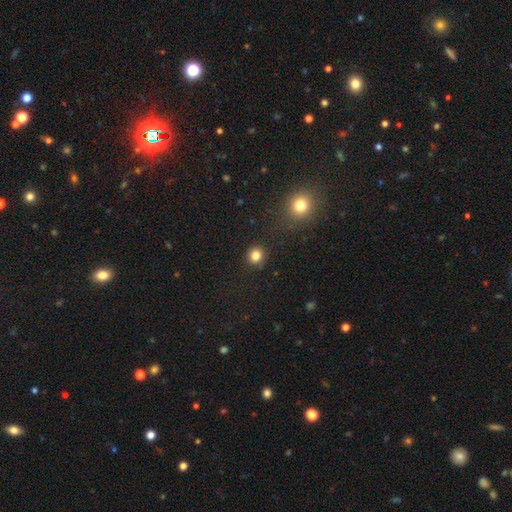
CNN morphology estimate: A smooth galaxy with no disk features (82%) that is round (89%). Merging: none (89%).